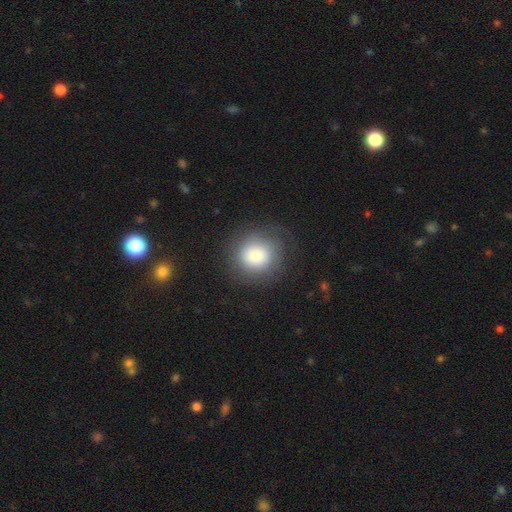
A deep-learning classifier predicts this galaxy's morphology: Overall: smooth (78%). How rounded: round (87%). Merging: none (77%).